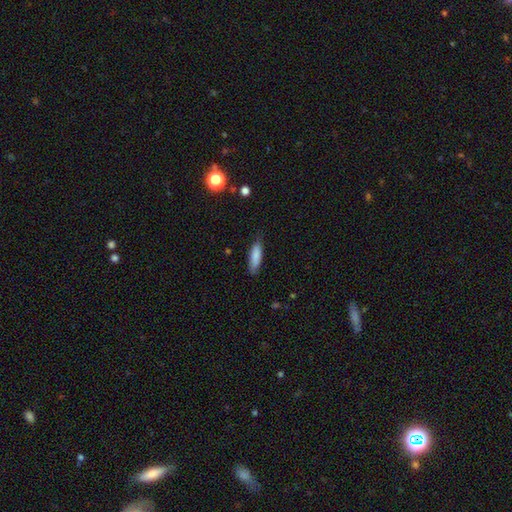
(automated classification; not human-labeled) Smooth or featured? smooth (84%)
How rounded? cigar-shaped (60%)
Merging? none (79%)